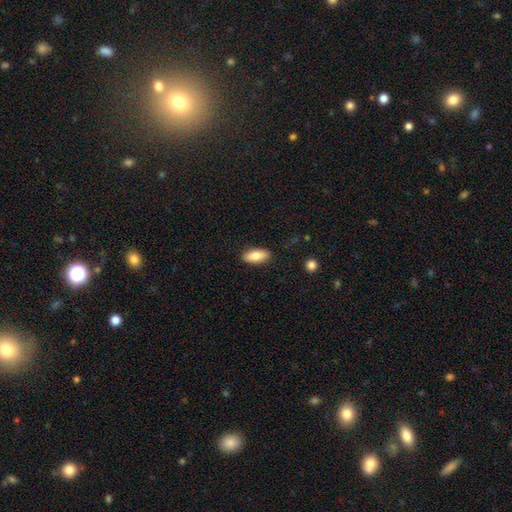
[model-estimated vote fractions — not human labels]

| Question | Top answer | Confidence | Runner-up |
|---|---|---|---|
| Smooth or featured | smooth | 83% | featured or disk (11%) |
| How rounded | in between | 87% | cigar-shaped (10%) |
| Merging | none | 88% | minor disturbance (9%) |